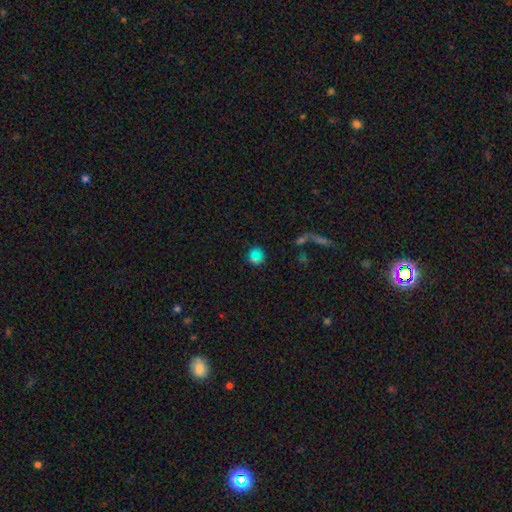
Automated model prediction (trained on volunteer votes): A smooth galaxy with no disk features (64%) that is round (87%).

Vote fractions:
- Smooth or featured? smooth: 64% / star or artifact: 27% / featured or disk: 9%
- How rounded? round: 87% / in between: 11% / cigar-shaped: 2%
- Merging? none: 76% / minor disturbance: 11% / merger: 8% / major disturbance: 5%